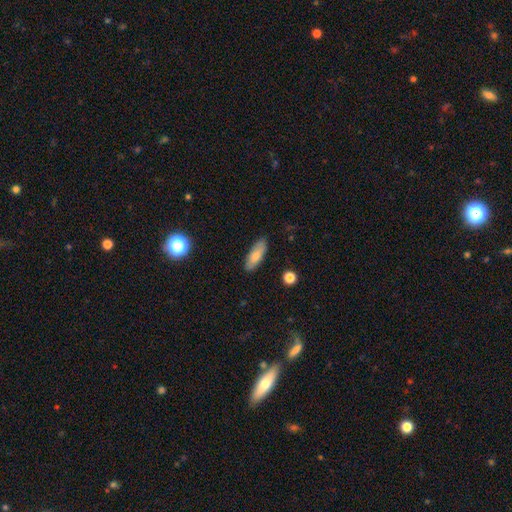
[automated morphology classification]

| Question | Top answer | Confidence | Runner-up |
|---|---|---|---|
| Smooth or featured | smooth | 79% | featured or disk (14%) |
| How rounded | in between | 65% | cigar-shaped (32%) |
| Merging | none | 87% | minor disturbance (10%) |